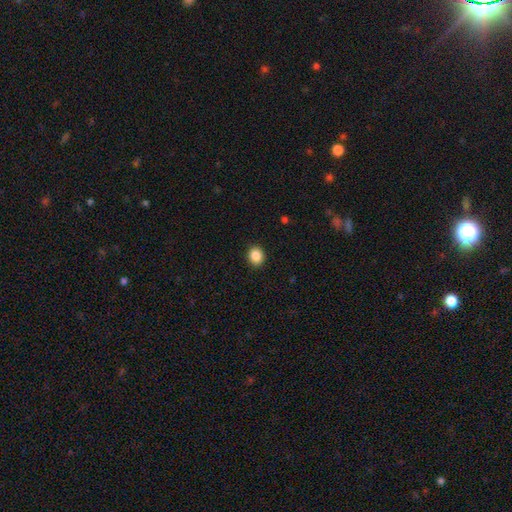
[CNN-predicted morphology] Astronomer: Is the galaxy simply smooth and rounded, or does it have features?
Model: smooth — 88%.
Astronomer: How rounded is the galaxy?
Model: round — 71%.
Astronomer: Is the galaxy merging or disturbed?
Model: none — 91%.